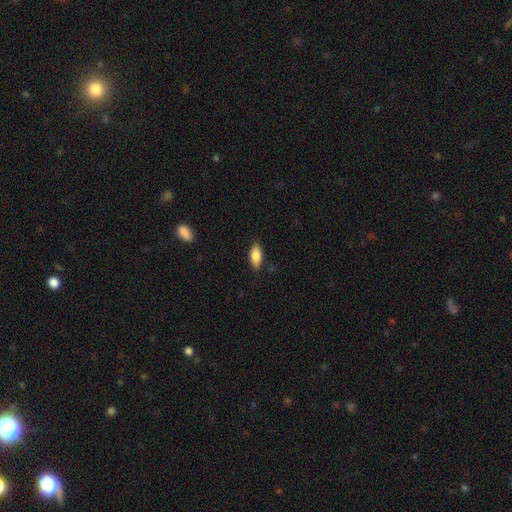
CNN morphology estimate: smooth_or_featured: smooth (p=0.83) [alt: featured or disk p=0.10]
how_rounded: in between (p=0.85) [alt: cigar-shaped p=0.13]
merging: none (p=0.85) [alt: minor disturbance p=0.12]